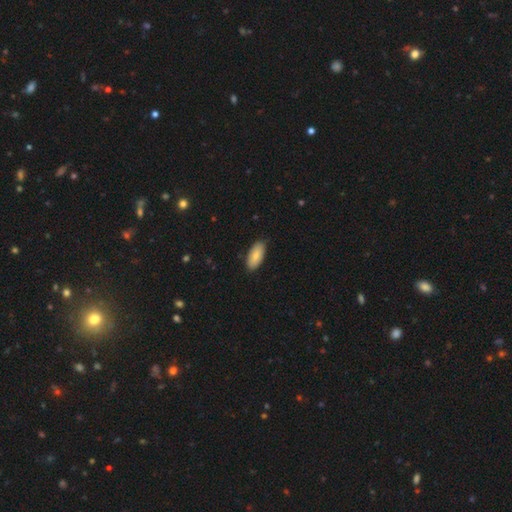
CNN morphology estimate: This is clearly a smooth galaxy (84%). How rounded: clearly in between (90%). Merging: clearly none (87%).